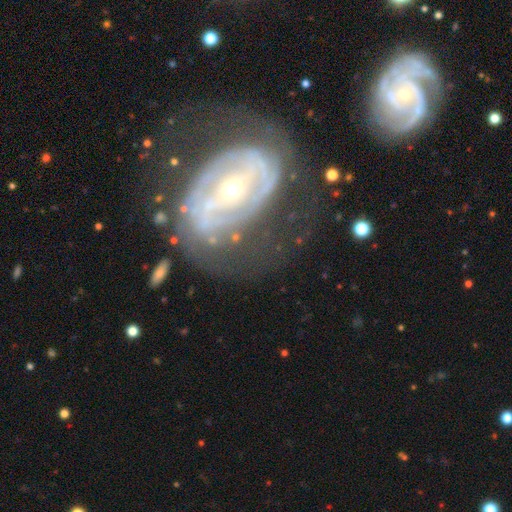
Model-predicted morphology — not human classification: smooth_or_featured: featured or disk (p=0.83) [alt: smooth p=0.09]
disk_edge_on: no (p=0.94) [alt: yes p=0.06]
bar: strong (p=0.50) [alt: weak p=0.30]
has_spiral_arms: yes (p=0.80) [alt: no p=0.20]
spiral_winding: tight (p=0.51) [alt: medium p=0.33]
spiral_arm_count: 2 (p=0.50) [alt: can't tell p=0.31]
bulge_size: small (p=0.65) [alt: moderate p=0.31]
merging: none (p=0.50) [alt: major disturbance p=0.23]